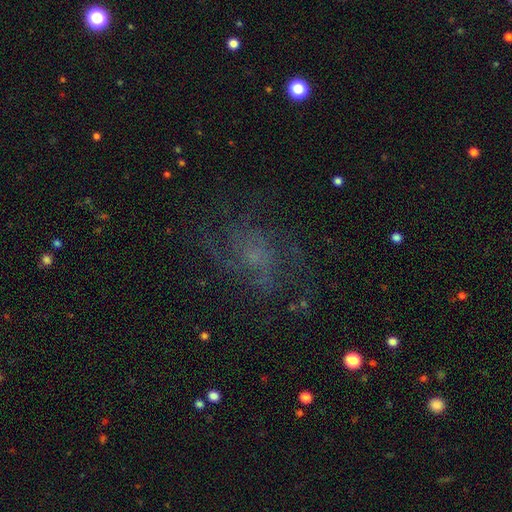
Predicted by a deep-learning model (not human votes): Morphology: type=featured or disk (57%); edge-on=no (96%); bar=no (75%); spiral arms=yes (80%); bulge=small (42%); merging=none (65%).